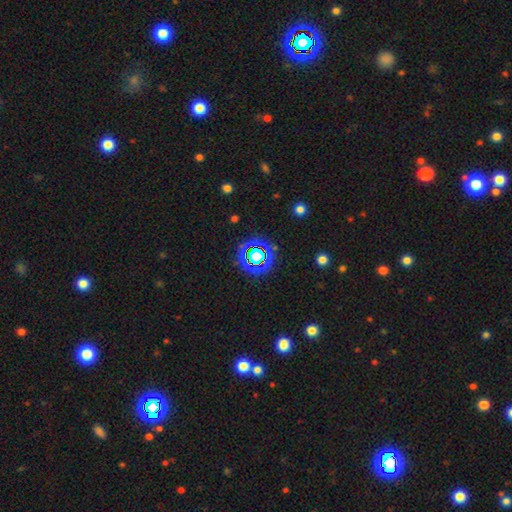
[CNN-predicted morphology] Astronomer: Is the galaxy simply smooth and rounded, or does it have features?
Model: star or artifact — 67%.